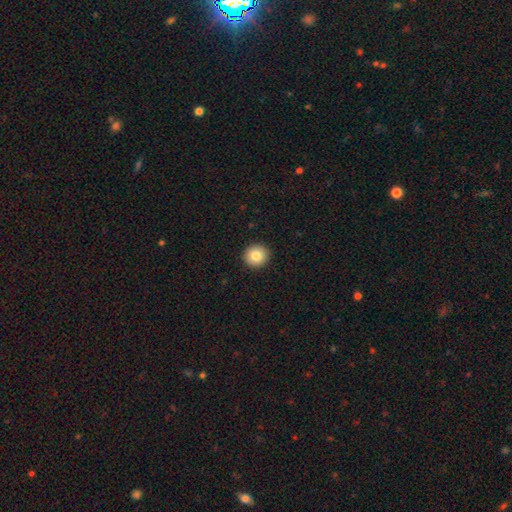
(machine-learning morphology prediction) smooth 83%, star or artifact 9%, featured or disk 8%. Down the decision tree: how rounded — round (92%); merging — none (93%).